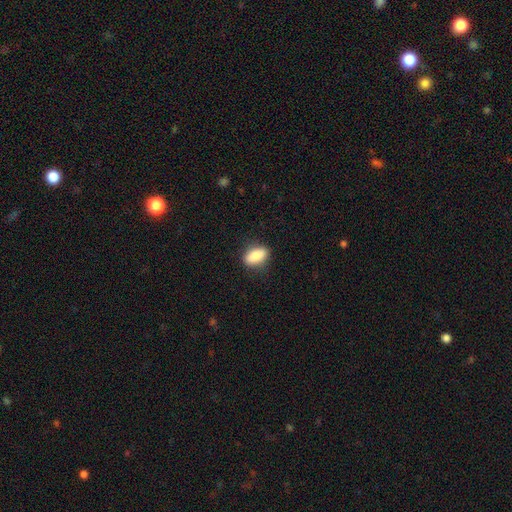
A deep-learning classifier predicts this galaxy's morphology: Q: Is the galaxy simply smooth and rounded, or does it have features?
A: smooth — 85%.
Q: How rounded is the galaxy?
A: in between — 81%.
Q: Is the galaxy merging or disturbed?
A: none — 85%.